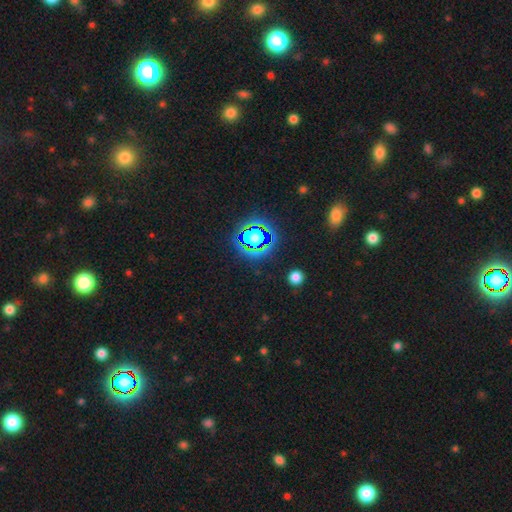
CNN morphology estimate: Smooth or featured? star or artifact (78%)